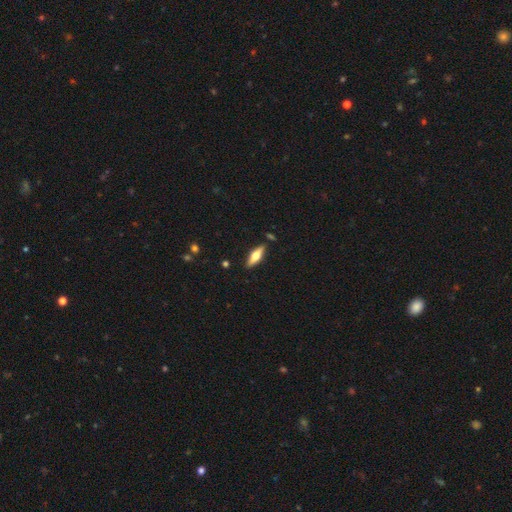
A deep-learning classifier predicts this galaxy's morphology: smooth-or-featured: smooth: 48% | featured or disk: 46% | star or artifact: 6%
  merging: none: 86% | minor disturbance: 10% | major disturbance: 2% | merger: 2%